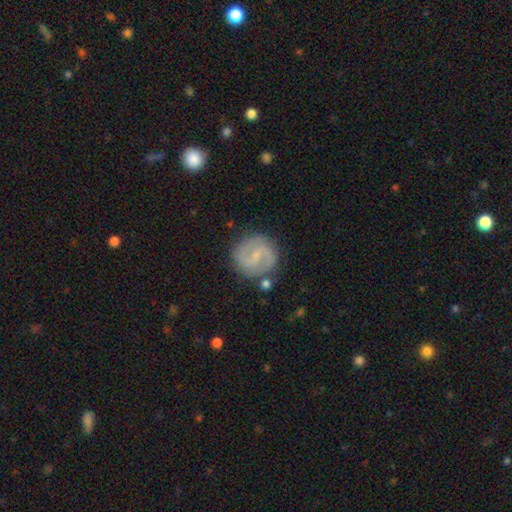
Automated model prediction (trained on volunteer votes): Q: Smooth or featured?
A: featured or disk (77%); runner-up: smooth (17%)
Q: Edge-on disk?
A: no (98%); runner-up: yes (2%)
Q: Bar?
A: weak (55%); runner-up: no (23%)
Q: Spiral arms?
A: yes (93%); runner-up: no (7%)
Q: Spiral winding?
A: medium (54%); runner-up: tight (26%)
Q: Spiral arm count?
A: 2 (90%); runner-up: can't tell (5%)
Q: Bulge size?
A: small (68%); runner-up: none (17%)
Q: Merging?
A: none (81%); runner-up: minor disturbance (12%)